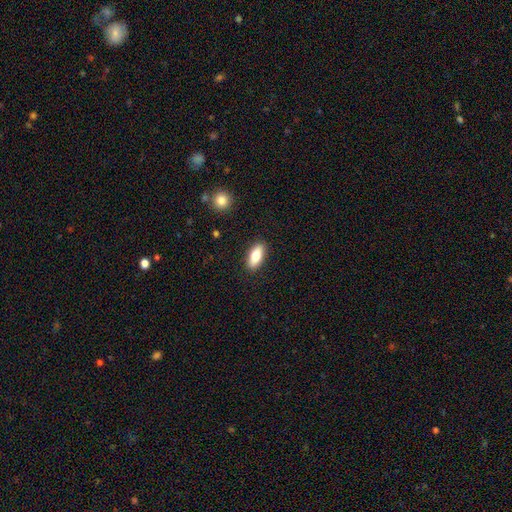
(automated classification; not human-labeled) Smooth or featured? smooth (76%)
How rounded? in between (81%)
Merging? none (89%)